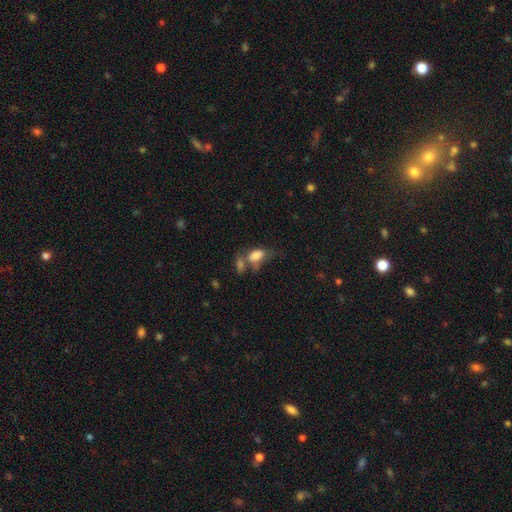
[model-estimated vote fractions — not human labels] Smooth or featured: smooth — 75% (featured or disk — 15%)
How rounded: in between — 88% (round — 8%)
Merging: merger — 42% (none — 25%)